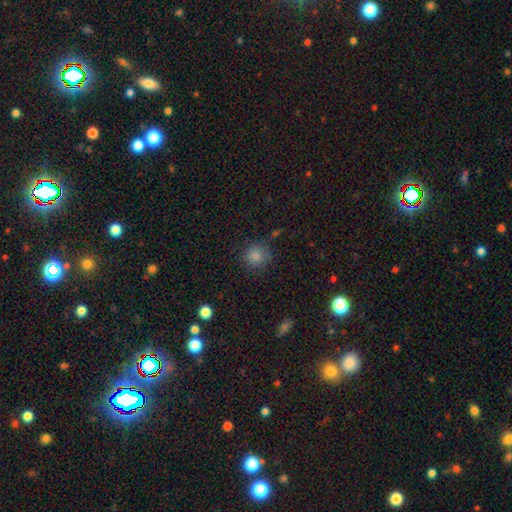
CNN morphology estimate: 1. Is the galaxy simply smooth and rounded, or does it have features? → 84% smooth, 12% star or artifact, 5% featured or disk.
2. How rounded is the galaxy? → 91% round, 8% in between, 1% cigar-shaped.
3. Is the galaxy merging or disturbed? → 81% none, 13% minor disturbance, 4% major disturbance, 3% merger.